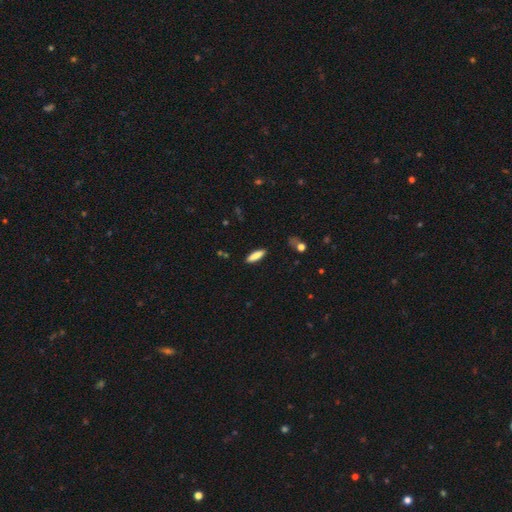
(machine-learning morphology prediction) smooth_or_featured: smooth (p=0.83) [alt: featured or disk p=0.11]
how_rounded: cigar-shaped (p=0.67) [alt: in between p=0.31]
merging: none (p=0.88) [alt: minor disturbance p=0.09]